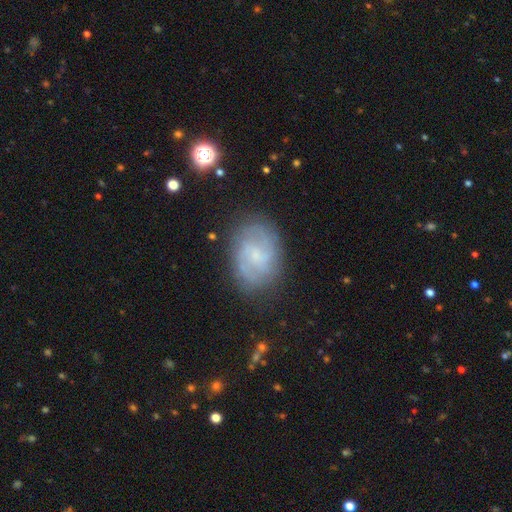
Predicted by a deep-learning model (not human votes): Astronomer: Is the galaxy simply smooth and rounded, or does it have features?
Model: featured or disk — 72%.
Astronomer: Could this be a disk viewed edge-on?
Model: no — 97%.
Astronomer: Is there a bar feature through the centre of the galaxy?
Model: weak — 47% (runner-up: no, 46%).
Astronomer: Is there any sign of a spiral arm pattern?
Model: yes — 92%.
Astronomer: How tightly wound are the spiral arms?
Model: medium — 46% (runner-up: tight, 37%).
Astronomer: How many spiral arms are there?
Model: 2 — 52%.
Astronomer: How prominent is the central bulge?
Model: small — 60%.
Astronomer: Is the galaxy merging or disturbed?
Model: none — 77%.